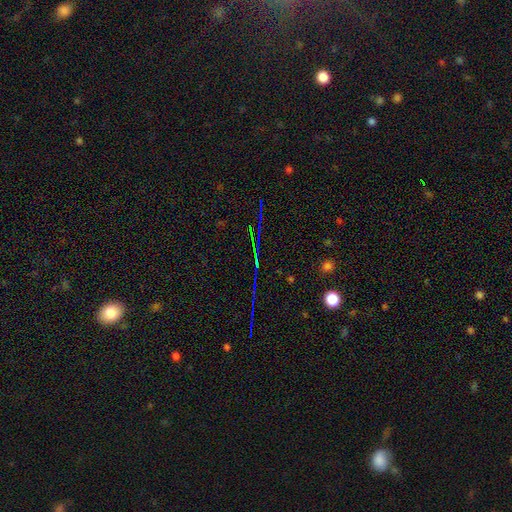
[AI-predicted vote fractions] Overall: star or artifact (76%).